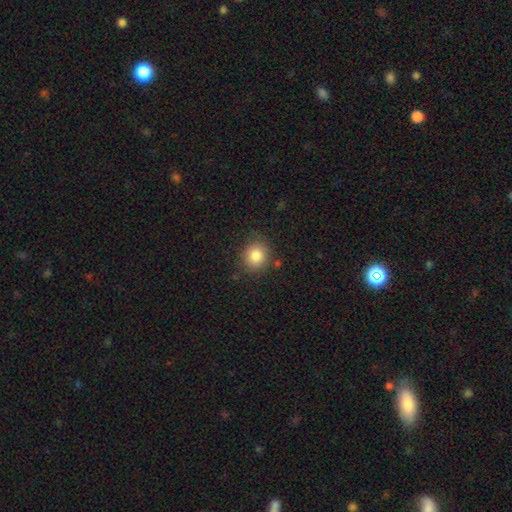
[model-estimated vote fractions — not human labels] A smooth galaxy with no disk features (84%) that is round (81%). Merging: none (83%).